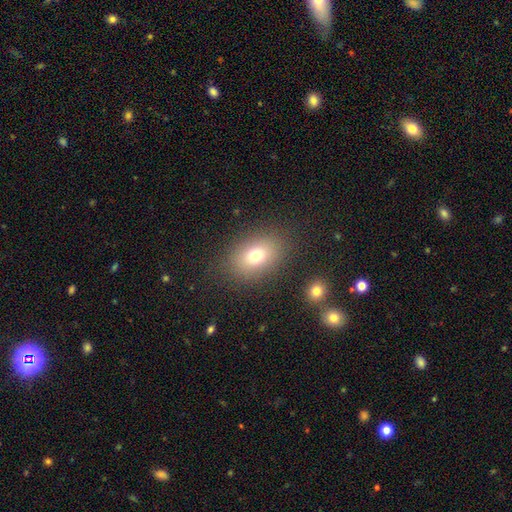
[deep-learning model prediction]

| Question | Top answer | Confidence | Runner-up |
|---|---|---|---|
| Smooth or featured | smooth | 73% | star or artifact (13%) |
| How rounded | in between | 73% | round (26%) |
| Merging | none | 83% | minor disturbance (10%) |